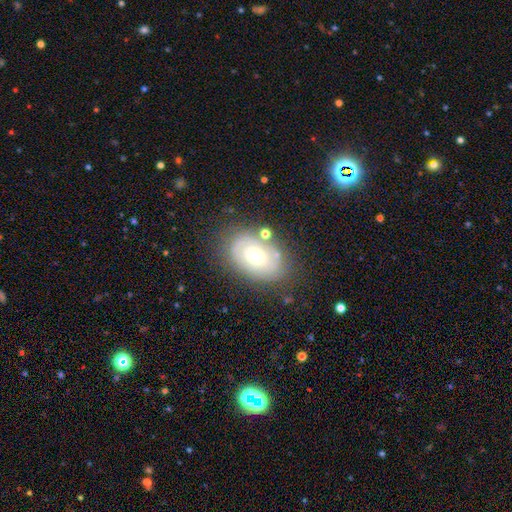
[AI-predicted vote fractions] A featured or disk galaxy (55%) with no bar (72%), spiral arms (55%) and a moderate central bulge (68%). Merging: none (72%).